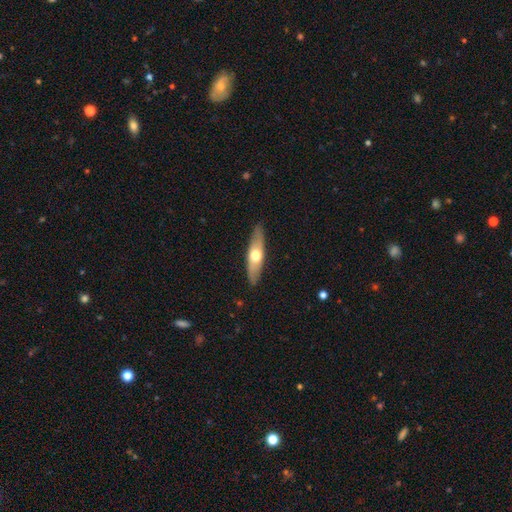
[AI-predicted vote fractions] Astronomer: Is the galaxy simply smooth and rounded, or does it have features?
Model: smooth — 49% (runner-up: featured or disk, 46%).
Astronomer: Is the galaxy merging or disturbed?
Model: none — 86%.